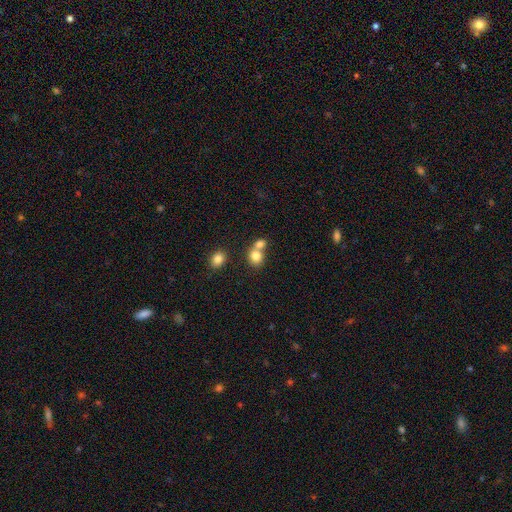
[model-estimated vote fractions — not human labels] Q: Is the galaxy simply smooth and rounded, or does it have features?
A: smooth — 80%.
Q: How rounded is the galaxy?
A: round — 70%.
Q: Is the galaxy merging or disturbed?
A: merger — 53%.